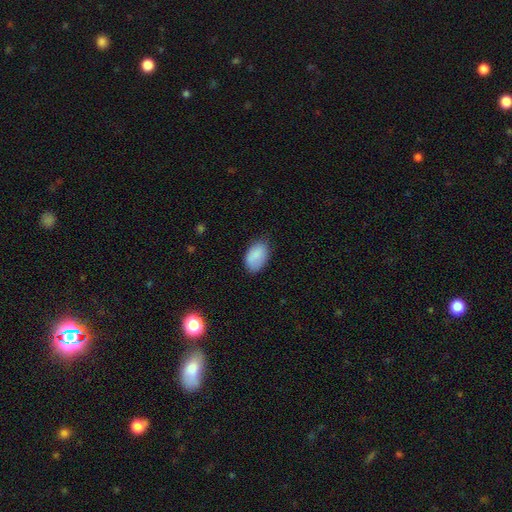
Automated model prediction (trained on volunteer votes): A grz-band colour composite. It shows a smooth galaxy with no disk features (88%) that is in between round and cigar-shaped (92%). Merging: none (69%).